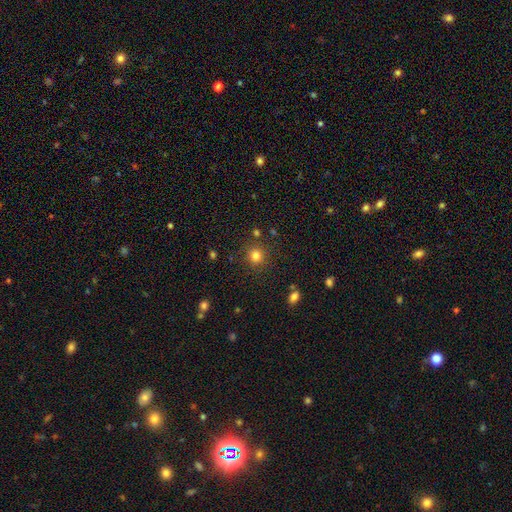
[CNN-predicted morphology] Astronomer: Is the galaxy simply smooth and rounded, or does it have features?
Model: smooth — 81%.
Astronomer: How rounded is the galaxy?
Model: round — 91%.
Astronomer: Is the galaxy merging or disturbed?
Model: none — 87%.